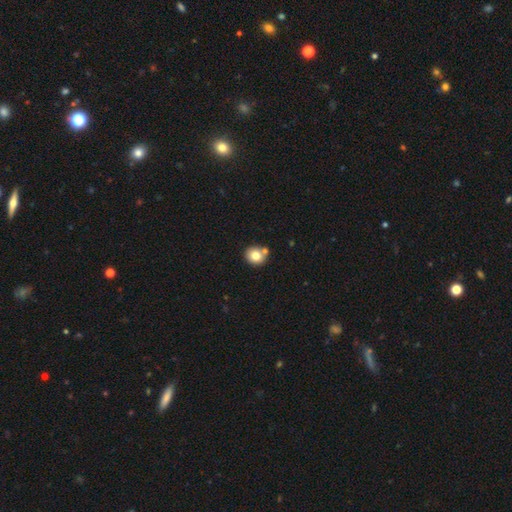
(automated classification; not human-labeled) Q: Smooth or featured?
A: smooth (78%); runner-up: featured or disk (11%)
Q: How rounded?
A: round (83%); runner-up: in between (16%)
Q: Merging?
A: none (68%); runner-up: merger (20%)